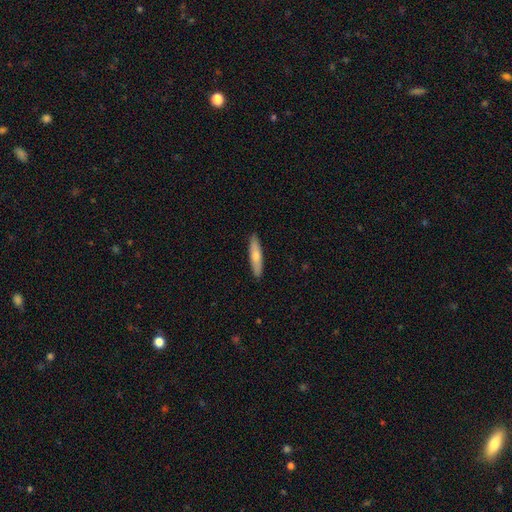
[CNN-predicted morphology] The model was most divided on "smooth or featured": smooth: 56%, featured or disk: 37%, star or artifact: 7%. More confident: merging — none (91%); how rounded — cigar-shaped (86%).